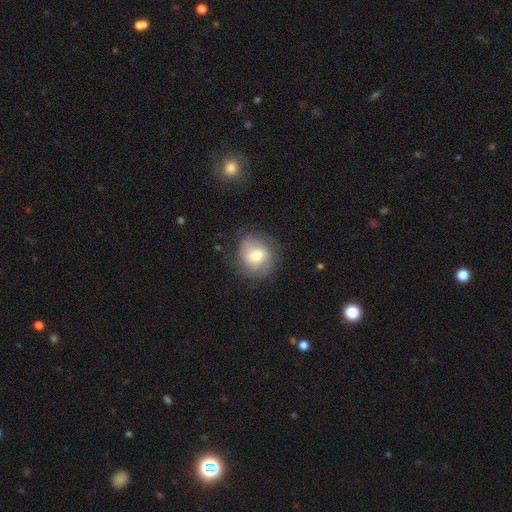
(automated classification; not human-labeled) A smooth galaxy with no disk features (54%) that is round (80%).

Vote fractions:
- Smooth or featured? smooth: 54% / featured or disk: 38% / star or artifact: 9%
- How rounded? round: 80% / in between: 19% / cigar-shaped: 1%
- Merging? none: 71% / minor disturbance: 19% / major disturbance: 9% / merger: 1%